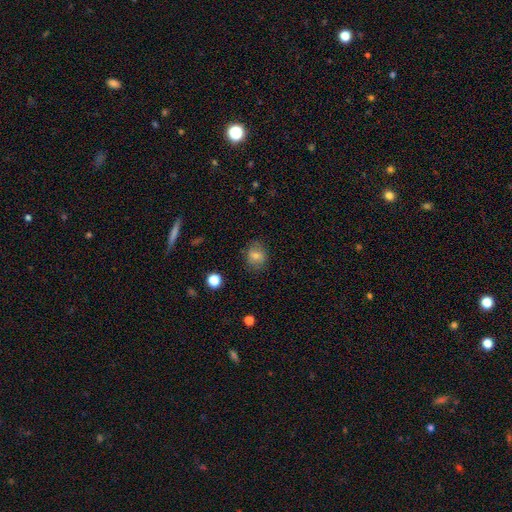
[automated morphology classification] Smooth or featured: smooth — 71% (featured or disk — 17%)
How rounded: round — 71% (in between — 28%)
Merging: none — 83% (minor disturbance — 12%)